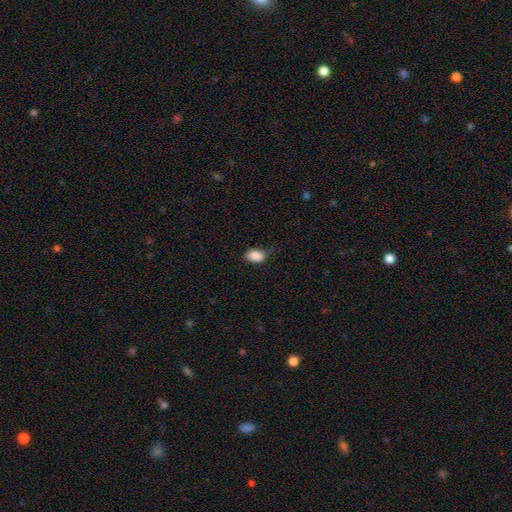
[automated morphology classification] Smooth or featured? smooth (89%)
How rounded? in between (85%)
Merging? none (72%)